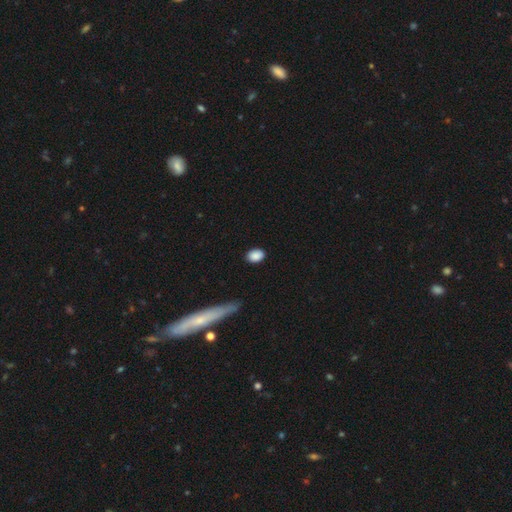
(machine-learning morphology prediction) This appears to be a smooth galaxy with no disk features (88%) that is in between round and cigar-shaped (71%). Merging: none (86%).